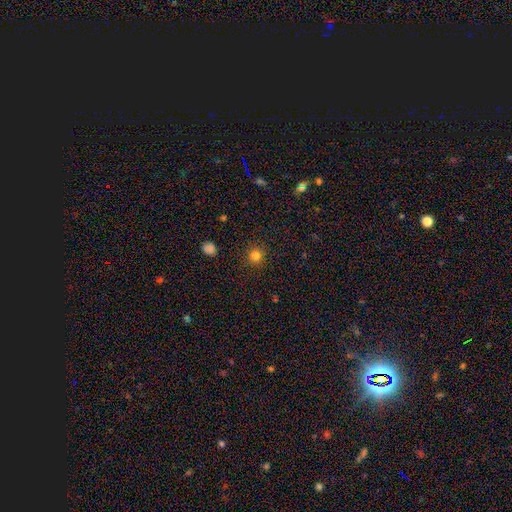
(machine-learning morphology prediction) A smooth galaxy with no disk features (81%) that is round (92%).

Vote fractions:
- Smooth or featured? smooth: 81% / star or artifact: 14% / featured or disk: 5%
- How rounded? round: 92% / in between: 7% / cigar-shaped: 1%
- Merging? none: 91% / minor disturbance: 6% / major disturbance: 2% / merger: 1%